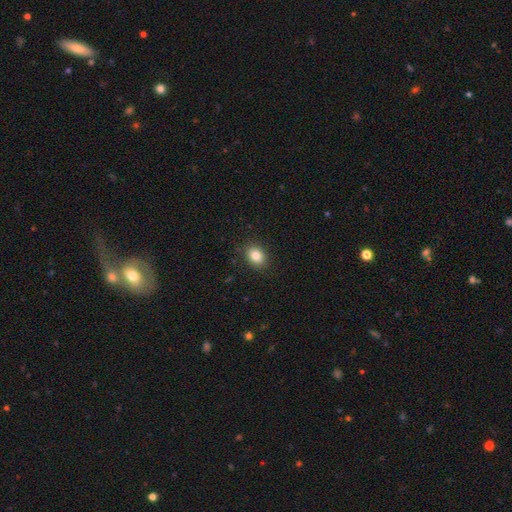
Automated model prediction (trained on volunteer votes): Morphology: type=smooth (84%); roundness=in between (60%); merging=none (88%).